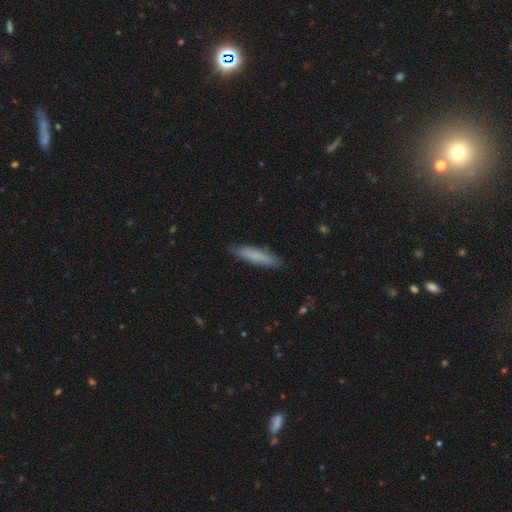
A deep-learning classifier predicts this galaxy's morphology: type=smooth (80%); roundness=cigar-shaped (85%); merging=none (87%).